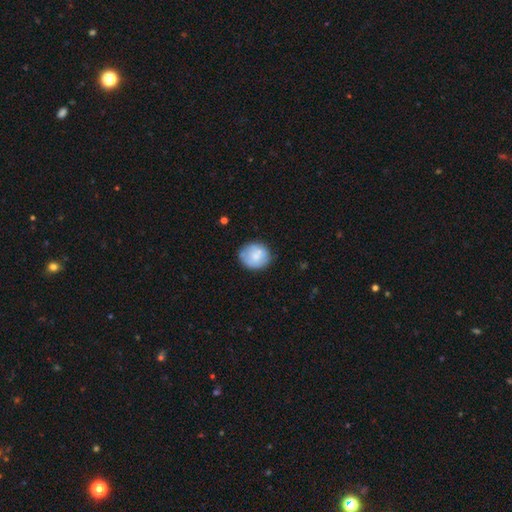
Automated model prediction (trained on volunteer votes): Smooth or featured: smooth — 68% (featured or disk — 25%)
How rounded: round — 82% (in between — 18%)
Merging: none — 70% (minor disturbance — 20%)